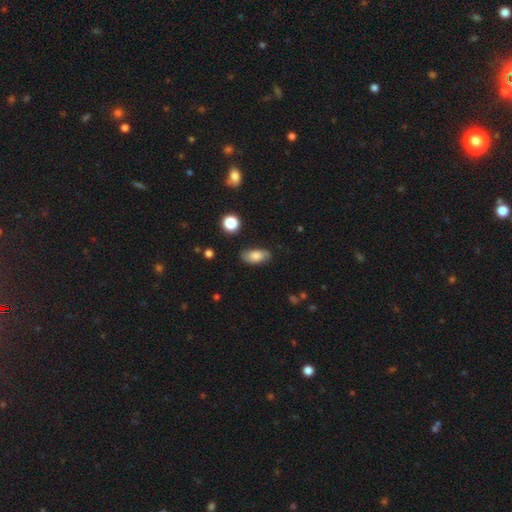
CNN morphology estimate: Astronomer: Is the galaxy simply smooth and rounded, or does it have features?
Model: smooth — 76%.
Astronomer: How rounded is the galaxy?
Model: in between — 90%.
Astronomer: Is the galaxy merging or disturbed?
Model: none — 78%.